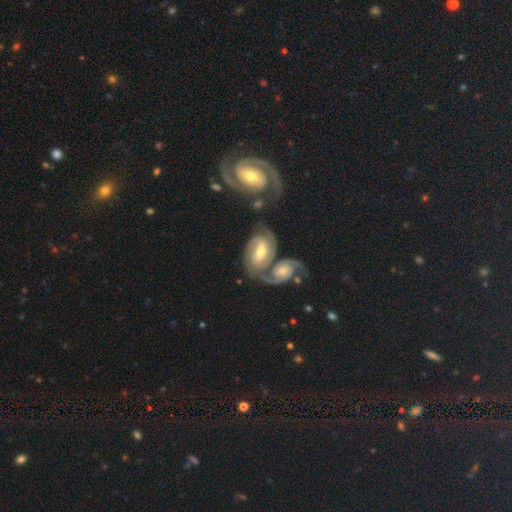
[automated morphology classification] featured or disk 44%, star or artifact 31%, smooth 26%. Down the decision tree: merging — none (40%).